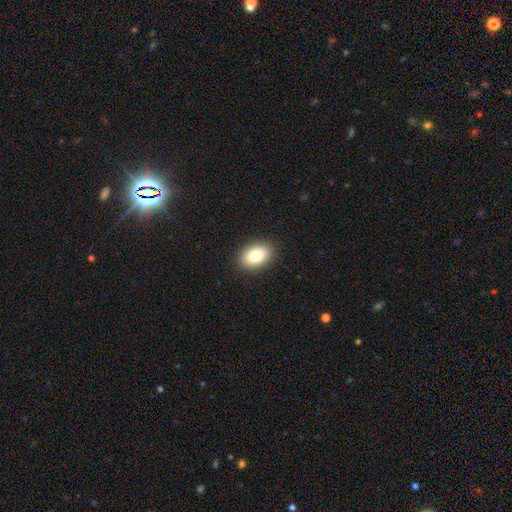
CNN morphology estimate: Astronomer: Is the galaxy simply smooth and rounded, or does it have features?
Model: smooth — 83%.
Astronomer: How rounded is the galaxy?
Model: in between — 87%.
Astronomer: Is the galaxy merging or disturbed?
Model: none — 89%.